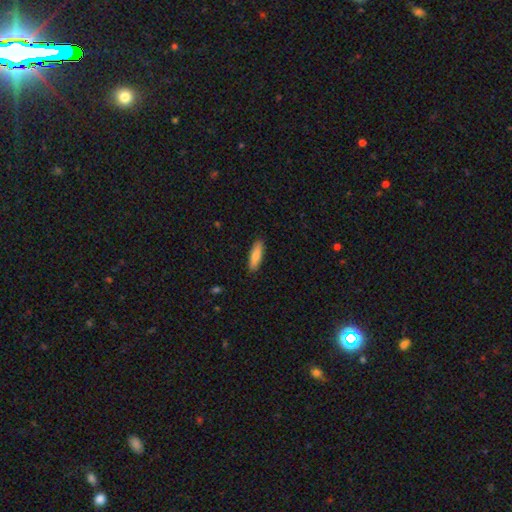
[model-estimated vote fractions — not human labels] smooth 82%, featured or disk 12%, star or artifact 6%. Down the decision tree: how rounded — cigar-shaped (61%); merging — none (88%).